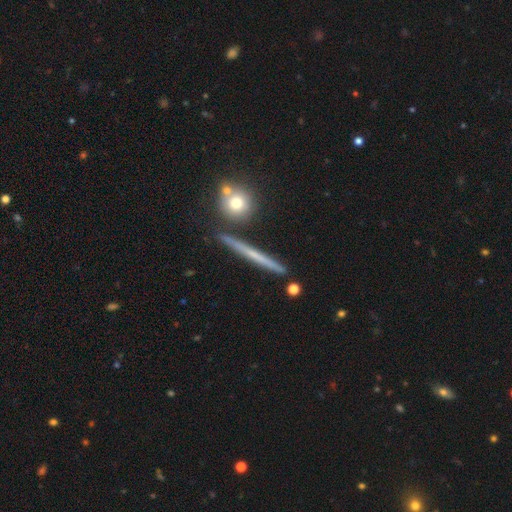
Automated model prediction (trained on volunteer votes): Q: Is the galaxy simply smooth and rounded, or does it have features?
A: featured or disk — 55%.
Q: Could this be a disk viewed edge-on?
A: yes — 95%.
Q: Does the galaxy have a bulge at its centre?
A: none — 82%.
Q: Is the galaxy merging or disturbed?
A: none — 86%.